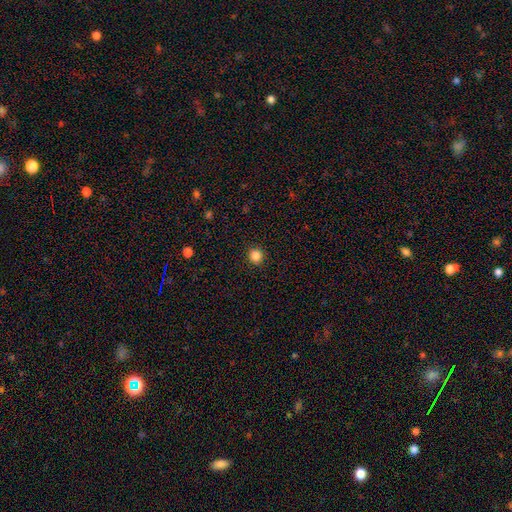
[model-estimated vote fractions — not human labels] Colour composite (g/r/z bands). It shows a smooth galaxy with no disk features (85%) that is round (92%). Merging: none (92%).